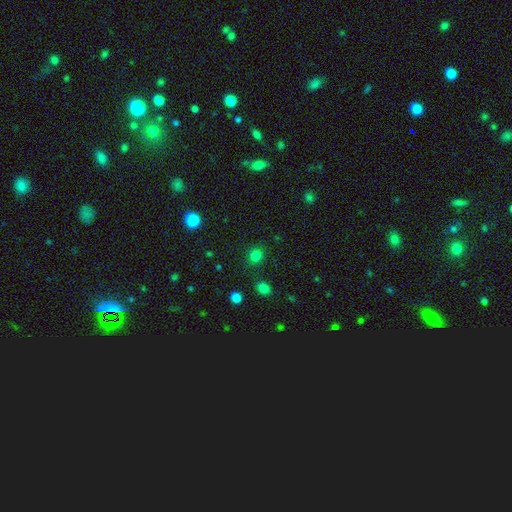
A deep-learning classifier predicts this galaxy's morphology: A smooth galaxy with no disk features (81%) that is round (79%). Merging: none (86%).